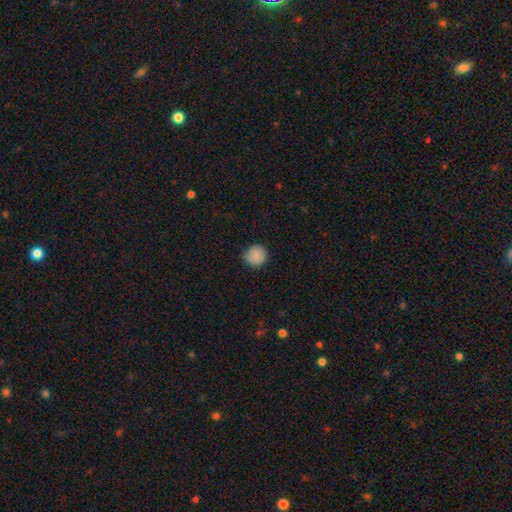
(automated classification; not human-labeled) Smooth or featured? smooth (86%)
How rounded? round (91%)
Merging? none (77%)